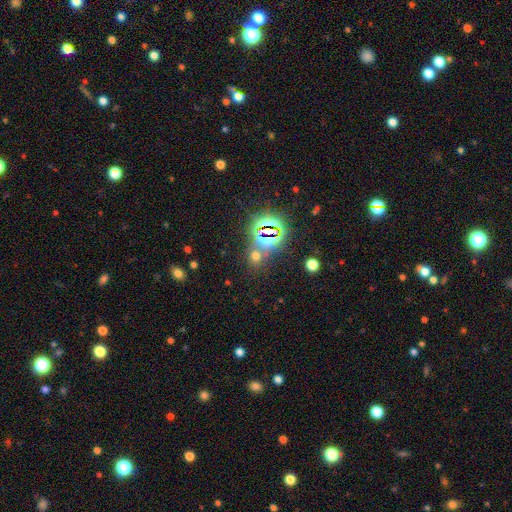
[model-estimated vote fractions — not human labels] smooth_or_featured: star or artifact (p=0.49) [alt: smooth p=0.44]